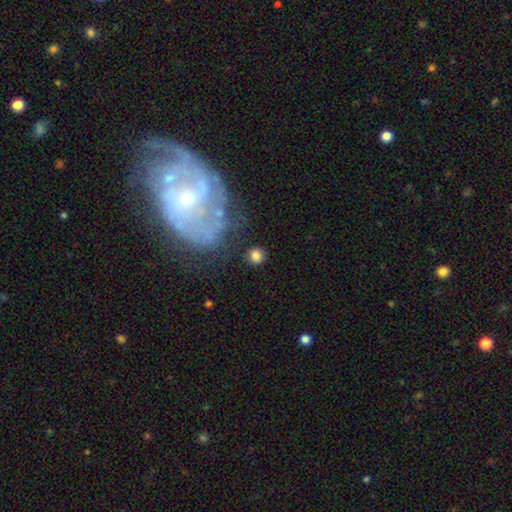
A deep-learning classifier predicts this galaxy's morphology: Smooth or featured? Predicted: smooth (p=0.80). How rounded? Predicted: round (p=0.90). Merging? Predicted: none (p=0.82).